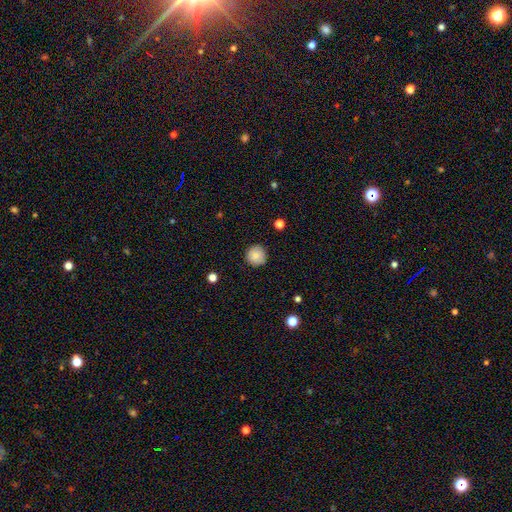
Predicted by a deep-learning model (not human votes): A smooth galaxy with no disk features (87%) that is round (95%). Merging: none (90%).